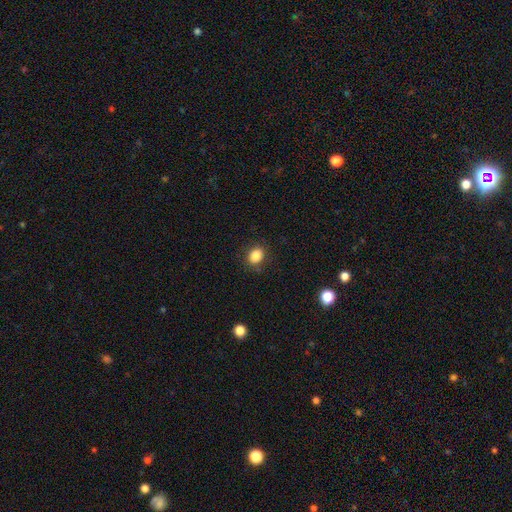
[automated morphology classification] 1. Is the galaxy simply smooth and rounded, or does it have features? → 85% smooth, 10% star or artifact, 5% featured or disk.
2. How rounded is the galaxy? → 50% round, 49% in between, 1% cigar-shaped.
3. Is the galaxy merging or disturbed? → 83% none, 12% minor disturbance, 3% major disturbance, 1% merger.